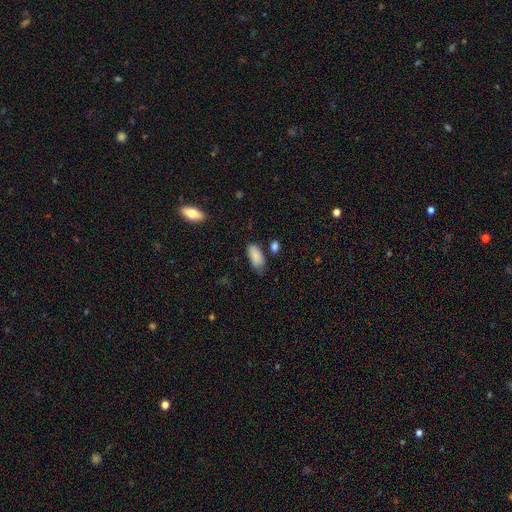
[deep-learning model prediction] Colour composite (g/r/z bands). It shows a smooth galaxy with no disk features (87%) that is in between round and cigar-shaped (91%). Merging: none (65%).